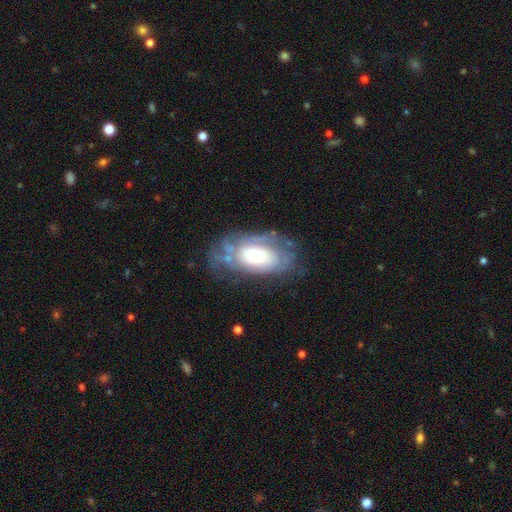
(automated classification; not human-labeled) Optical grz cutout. It shows a featured or disk galaxy (60%) with no bar (78%), spiral arms (68%) and a large central bulge (46%). Merging: none (51%).